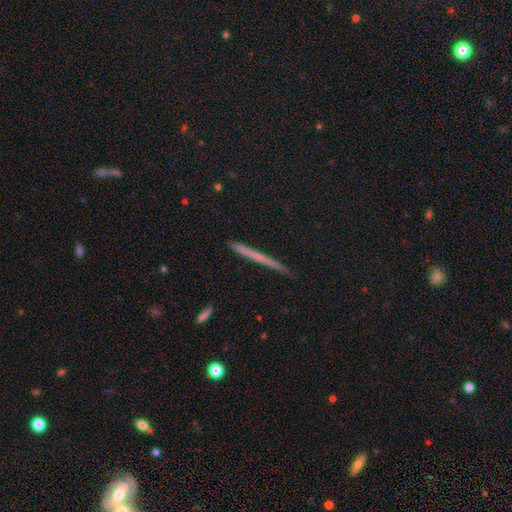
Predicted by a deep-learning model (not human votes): A smooth galaxy with no disk features (48%). Merging: none (91%).